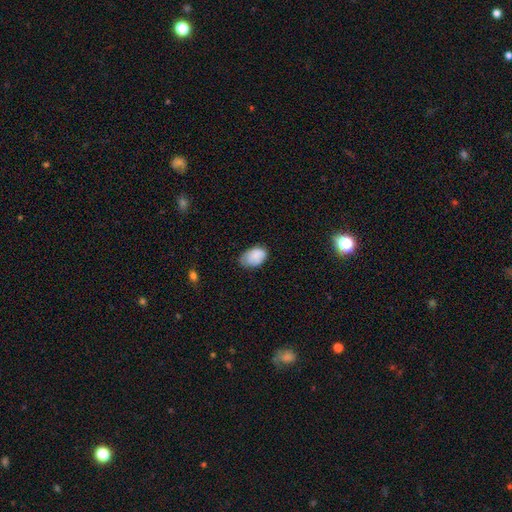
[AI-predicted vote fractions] This is clearly a smooth galaxy (83%). How rounded: clearly in between (90%). Merging: possibly none (58%).